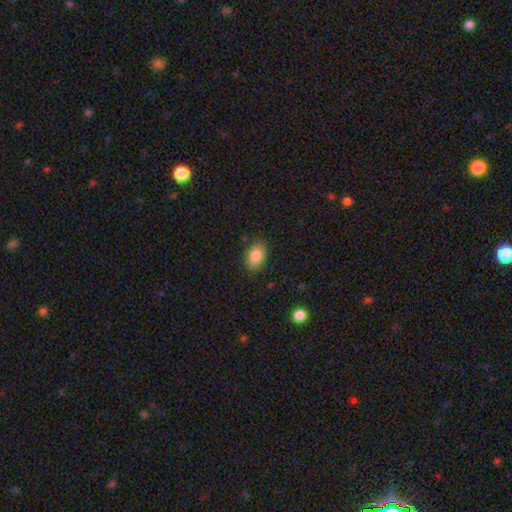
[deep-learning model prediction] This appears to be a smooth galaxy with no disk features (85%) that is in between round and cigar-shaped (86%). Merging: none (85%).